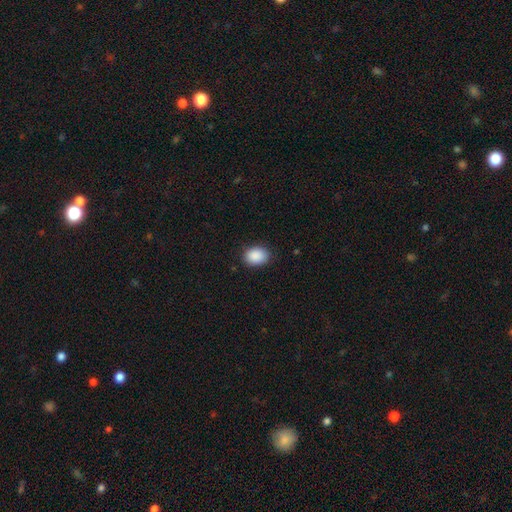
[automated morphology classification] Smooth or featured? smooth (90%)
How rounded? in between (72%)
Merging? none (85%)